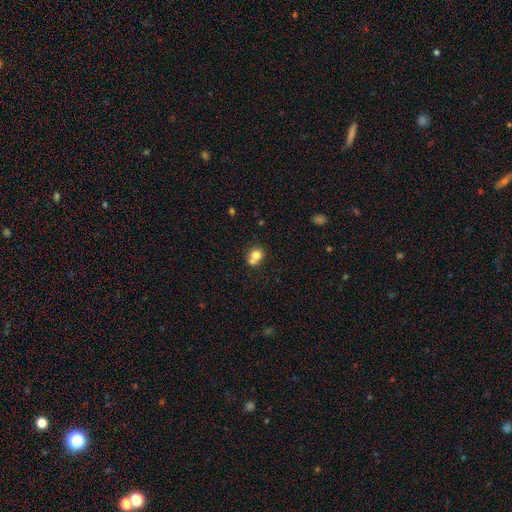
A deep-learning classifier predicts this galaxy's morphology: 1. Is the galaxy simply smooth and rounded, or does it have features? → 75% smooth, 14% featured or disk, 11% star or artifact.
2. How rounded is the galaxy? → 77% round, 22% in between, 1% cigar-shaped.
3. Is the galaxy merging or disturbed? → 47% merger, 41% none, 9% minor disturbance, 3% major disturbance.